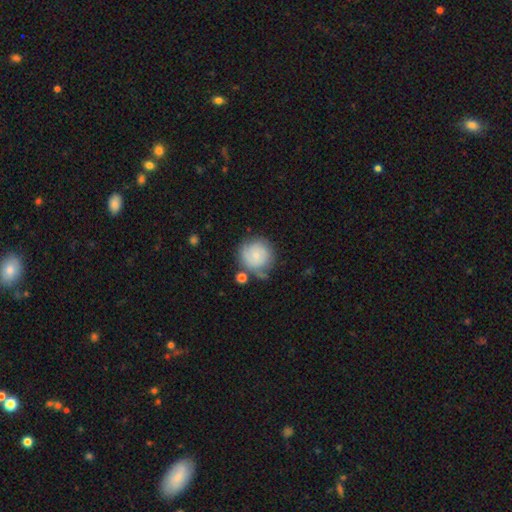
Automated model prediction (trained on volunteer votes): smooth_or_featured: smooth (p=0.49) [alt: featured or disk p=0.43]
merging: none (p=0.59) [alt: minor disturbance p=0.24]